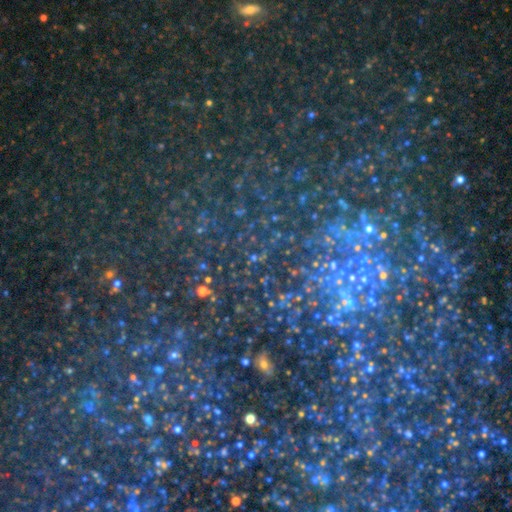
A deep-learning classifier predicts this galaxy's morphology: Smooth or featured: star or artifact — 79% (smooth — 14%)